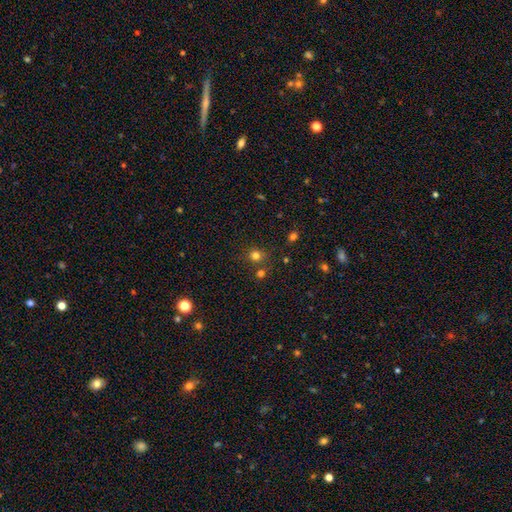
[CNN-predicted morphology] smooth-or-featured: smooth: 74% | star or artifact: 20% | featured or disk: 6%
  how-rounded: round: 89% | in between: 10% | cigar-shaped: 1%
  merging: none: 75% | merger: 12% | minor disturbance: 9% | major disturbance: 4%